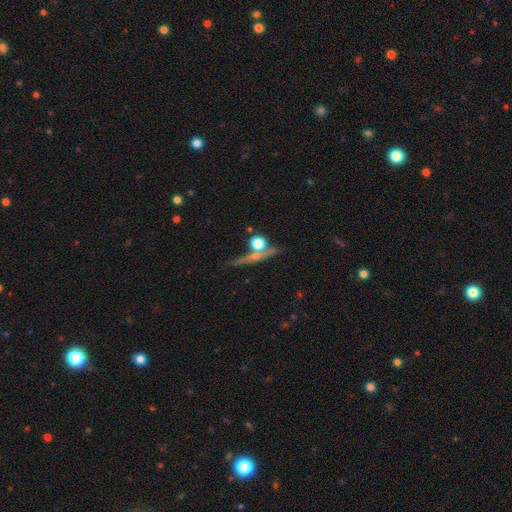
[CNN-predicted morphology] Smooth or featured?
  - featured or disk: 54% *
  - smooth: 33%
  - star or artifact: 14%
Edge-on disk?
  - yes: 88% *
  - no: 12%
Merging?
  - none: 69% *
  - merger: 15%
  - minor disturbance: 11%
  - major disturbance: 6%